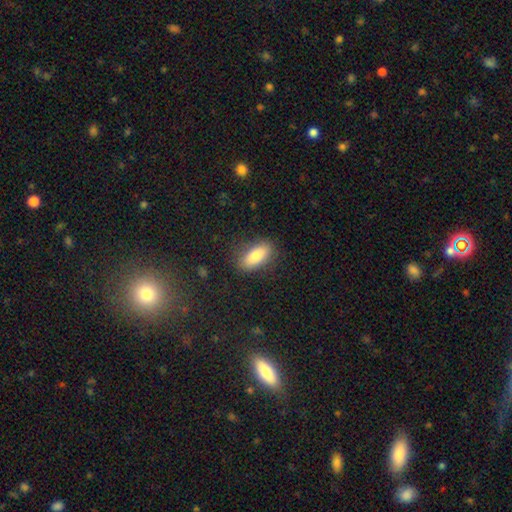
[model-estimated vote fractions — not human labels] Smooth or featured?
  - smooth: 82% *
  - featured or disk: 11%
  - star or artifact: 7%
How rounded?
  - in between: 84% *
  - cigar-shaped: 12%
  - round: 3%
Merging?
  - none: 83% *
  - minor disturbance: 12%
  - major disturbance: 4%
  - merger: 1%